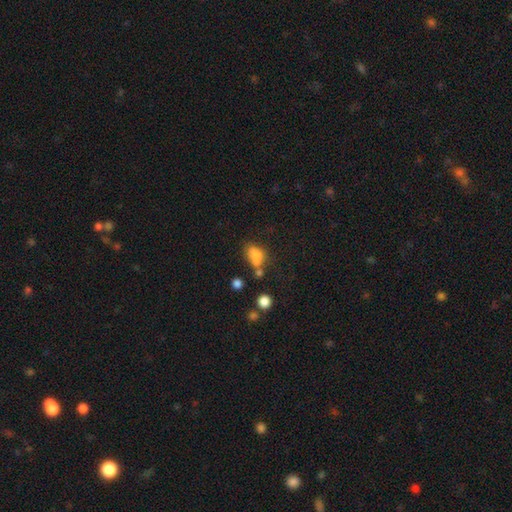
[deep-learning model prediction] Smooth or featured? Predicted: smooth (p=0.74). How rounded? Predicted: in between (p=0.79). Merging? Predicted: none (p=0.35).